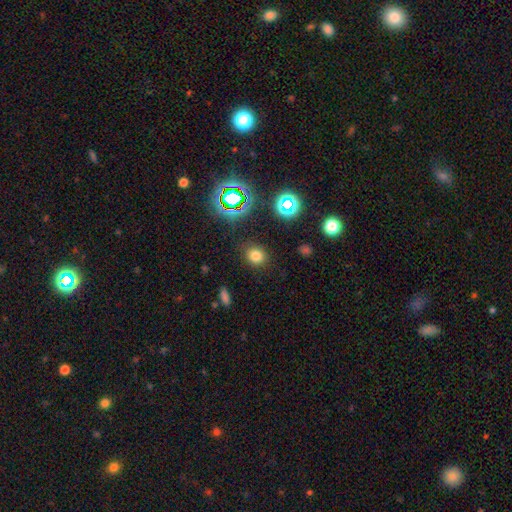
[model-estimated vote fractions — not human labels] This is likely a smooth galaxy (74%). How rounded: likely round (76%). Merging: clearly none (86%).